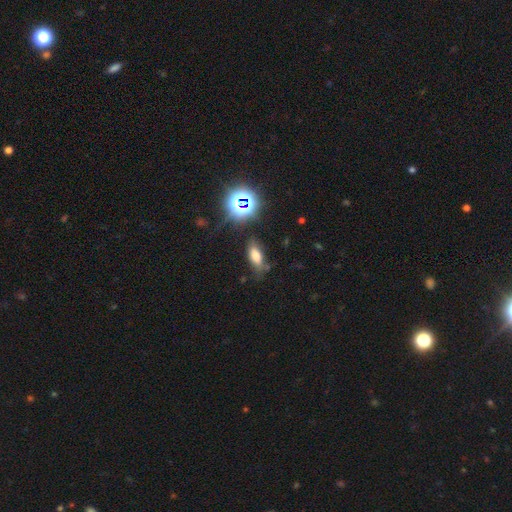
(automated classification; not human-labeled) The model was most divided on "smooth or featured": smooth: 65%, star or artifact: 21%, featured or disk: 14%. More confident: how rounded — in between (76%); merging — none (67%).